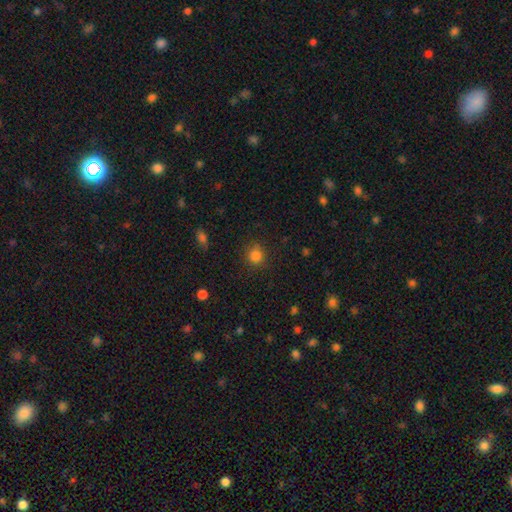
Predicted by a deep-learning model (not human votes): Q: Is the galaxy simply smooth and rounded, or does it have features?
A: smooth — 84%.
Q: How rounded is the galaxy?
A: round — 88%.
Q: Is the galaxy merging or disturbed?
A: none — 86%.